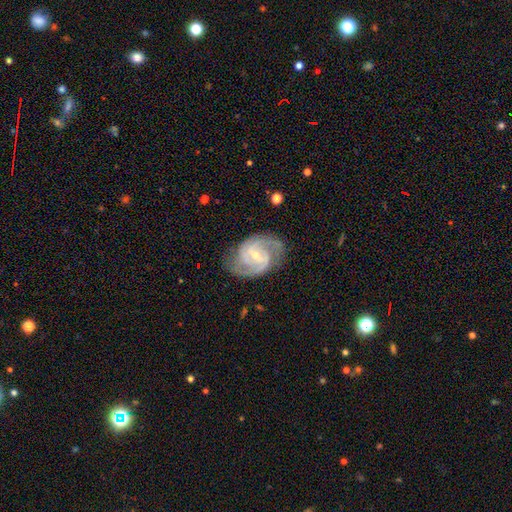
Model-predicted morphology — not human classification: A featured or disk galaxy (92%) with a weak bar (52%), 2 (63%) medium (51%) spiral arms (98%) and a small central bulge (67%). Merging: none (75%).